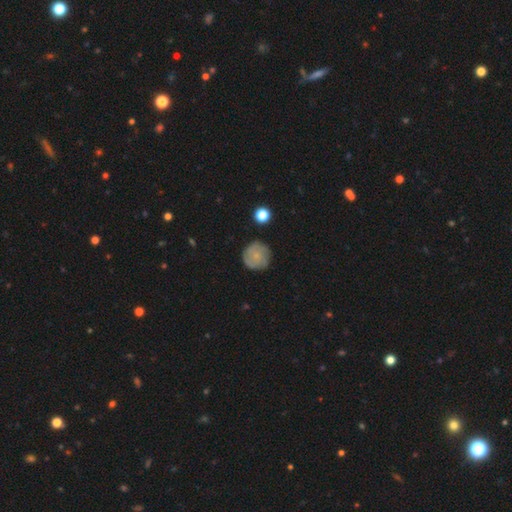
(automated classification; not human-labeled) Smooth or featured: smooth — 56% (featured or disk — 36%)
How rounded: round — 93% (in between — 6%)
Merging: none — 81% (minor disturbance — 13%)